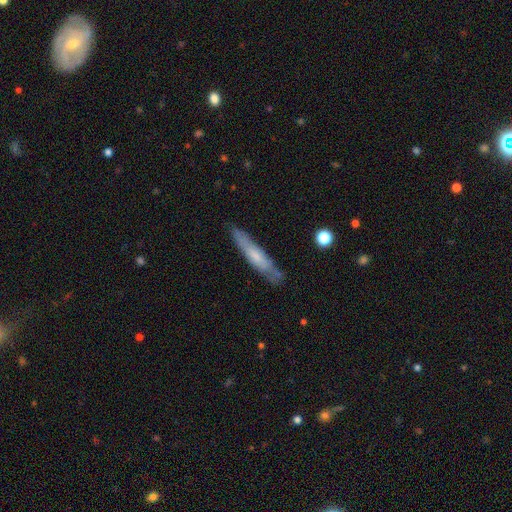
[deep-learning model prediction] This appears to be a smooth galaxy with no disk features (53%) that is cigar-shaped (88%). Merging: none (78%).